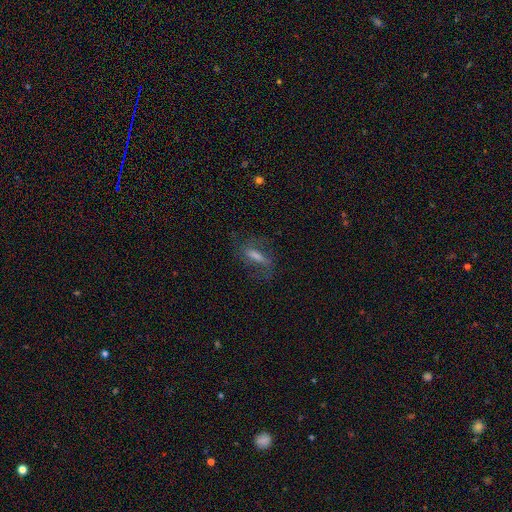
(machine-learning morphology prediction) Q: Smooth or featured?
A: featured or disk (53%); runner-up: smooth (33%)
Q: Edge-on disk?
A: no (74%); runner-up: yes (26%)
Q: Merging?
A: none (66%); runner-up: minor disturbance (17%)